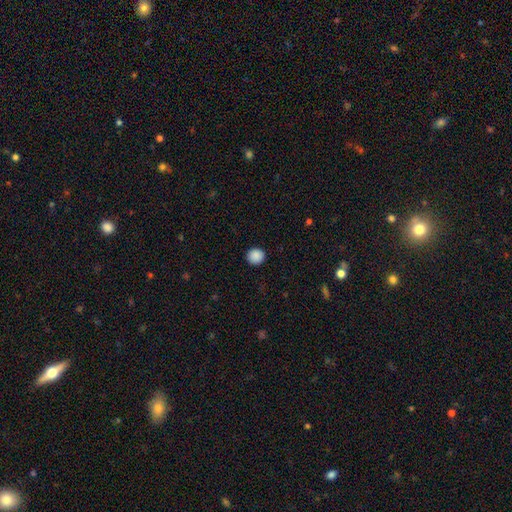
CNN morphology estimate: A smooth galaxy with no disk features (89%) that is round (91%). Merging: none (92%).